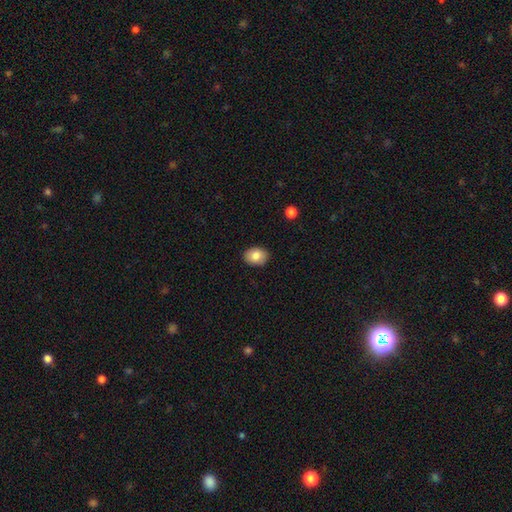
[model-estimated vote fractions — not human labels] The model was most divided on "how rounded": in between: 68%, round: 31%, cigar-shaped: 1%. More confident: merging — none (89%); smooth or featured — smooth (84%).